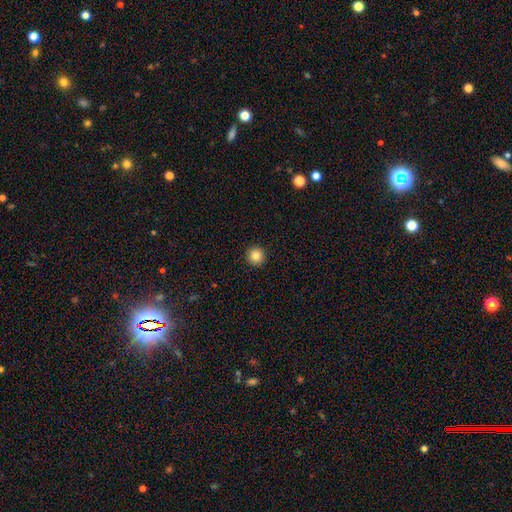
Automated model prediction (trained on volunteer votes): Q: Smooth or featured?
A: smooth (86%); runner-up: star or artifact (10%)
Q: How rounded?
A: round (96%); runner-up: in between (3%)
Q: Merging?
A: none (93%); runner-up: minor disturbance (4%)